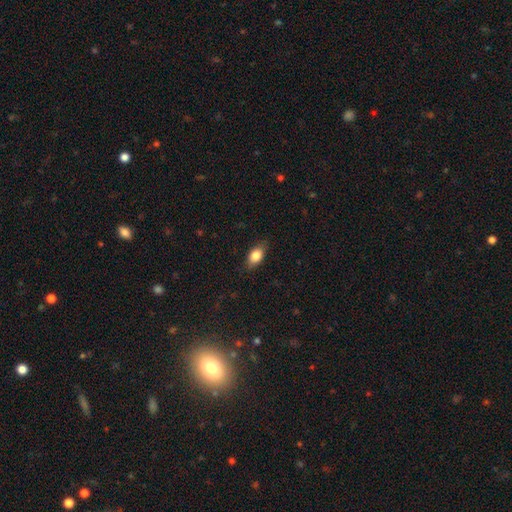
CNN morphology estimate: Overall: smooth (82%). How rounded: in between (85%). Merging: none (82%).